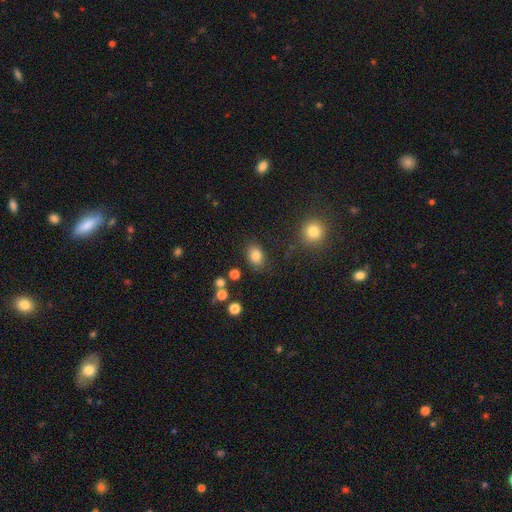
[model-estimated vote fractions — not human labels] A smooth galaxy with no disk features (81%) that is in between round and cigar-shaped (73%). Merging: none (82%).